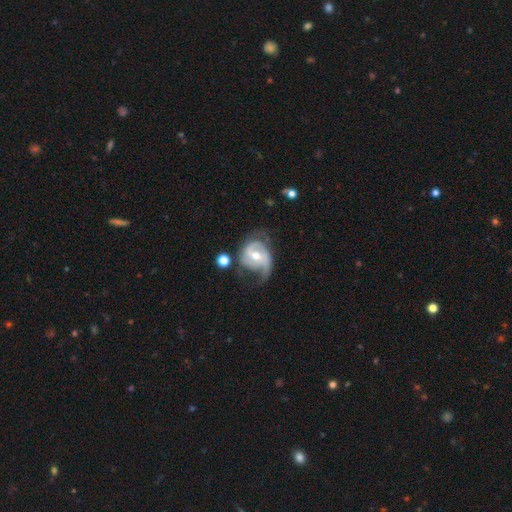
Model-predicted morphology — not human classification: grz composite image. It shows a featured or disk galaxy (81%) with a weak bar (41%), 2 (62%) medium (43%) spiral arms (91%) and a moderate central bulge (63%). Merging: none (40%).